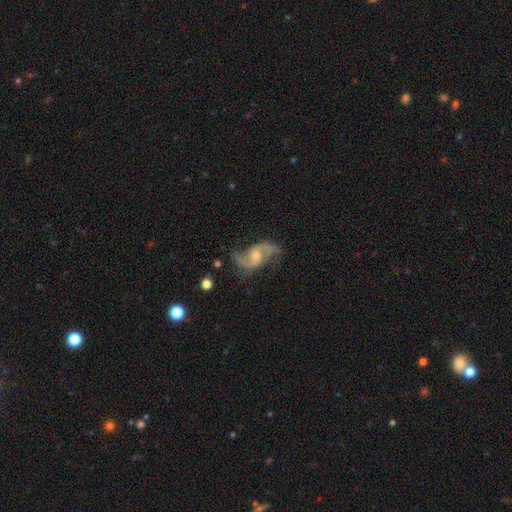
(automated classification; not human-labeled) featured or disk 91%, star or artifact 5%, smooth 4%. Down the decision tree: edge-on disk — no (97%); bar — no (49%); spiral arms — yes (98%); spiral arm count — 2 (93%); spiral winding — loose (53%); bulge size — moderate (48%); merging — none (75%).